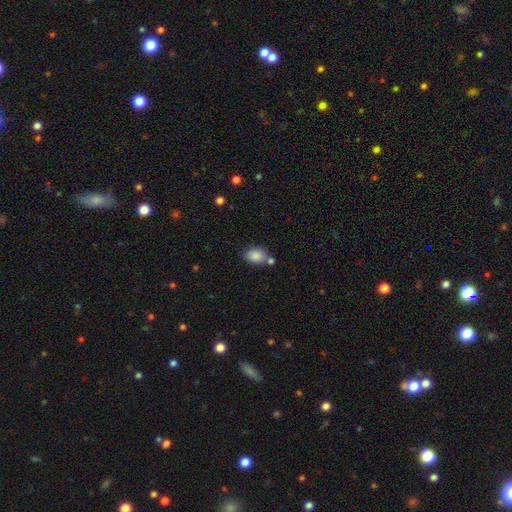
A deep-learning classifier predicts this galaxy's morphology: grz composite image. It shows a smooth galaxy with no disk features (86%) that is in between round and cigar-shaped (80%). Merging: none (66%).